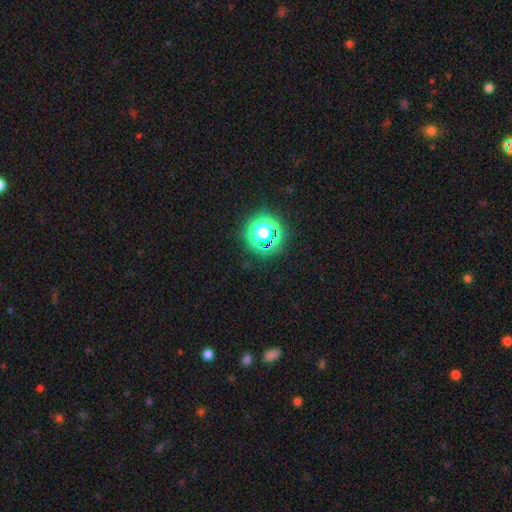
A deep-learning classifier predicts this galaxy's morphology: Smooth or featured: star or artifact — 77% (smooth — 16%)